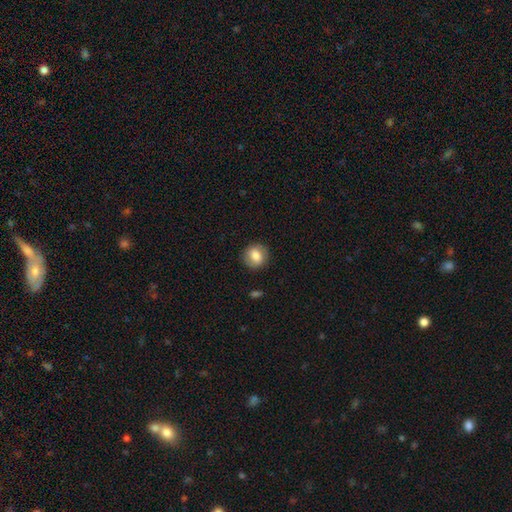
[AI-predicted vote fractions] Morphology: type=smooth (79%); roundness=round (83%); merging=none (88%).